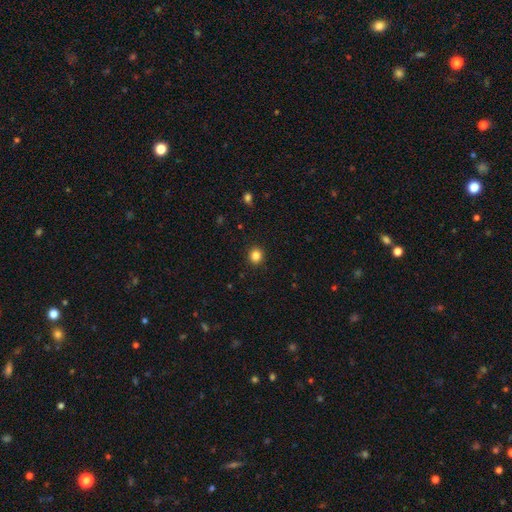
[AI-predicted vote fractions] The model was most divided on "how rounded": round: 85%, in between: 15%, cigar-shaped: 1%. More confident: merging — none (92%); smooth or featured — smooth (85%).